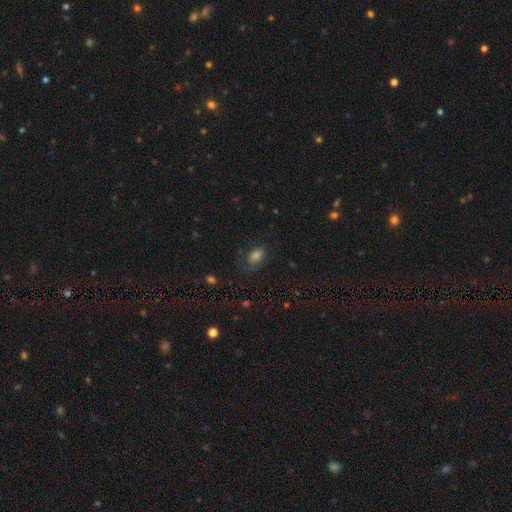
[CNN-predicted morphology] A smooth galaxy with no disk features (73%) that is in between round and cigar-shaped (80%). Merging: none (66%).